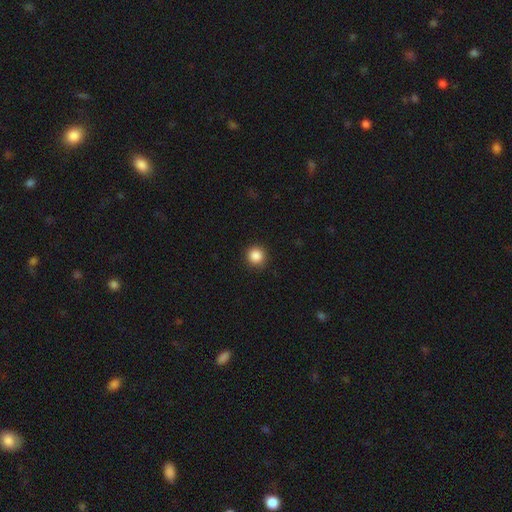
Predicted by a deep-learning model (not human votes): This appears to be a smooth galaxy with no disk features (87%) that is round (94%). Merging: none (91%).